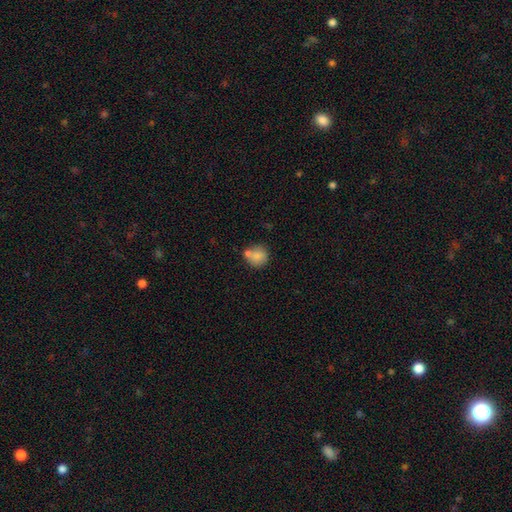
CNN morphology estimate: Smooth or featured?
  - smooth: 81% *
  - featured or disk: 10%
  - star or artifact: 9%
How rounded?
  - round: 84% *
  - in between: 15%
  - cigar-shaped: 1%
Merging?
  - none: 53% *
  - merger: 28%
  - minor disturbance: 14%
  - major disturbance: 4%